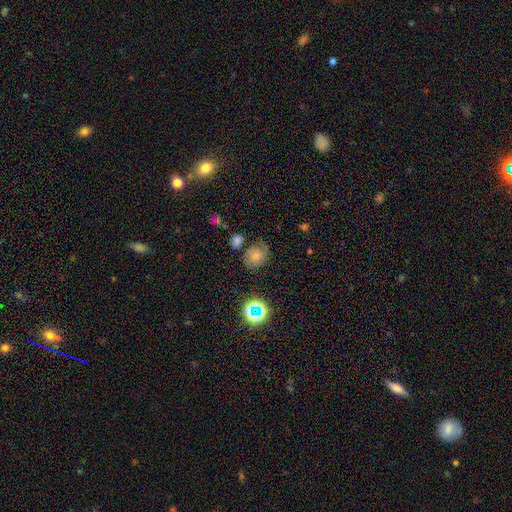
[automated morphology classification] Smooth or featured?
  - featured or disk: 58% *
  - smooth: 26%
  - star or artifact: 16%
Edge-on disk?
  - no: 97% *
  - yes: 3%
Bar?
  - no: 74% *
  - weak: 22%
  - strong: 4%
Spiral arms?
  - yes: 92% *
  - no: 8%
Spiral winding?
  - tight: 45% *
  - medium: 42%
  - loose: 13%
Spiral arm count?
  - 2: 45% *
  - 3: 23%
  - can't tell: 19%
  - 1: 6%
  - 4: 4%
  - more than 4: 3%
Bulge size?
  - small: 47% *
  - moderate: 41%
  - none: 6%
  - large: 4%
  - dominant: 2%
Merging?
  - none: 61% *
  - minor disturbance: 22%
  - major disturbance: 10%
  - merger: 6%